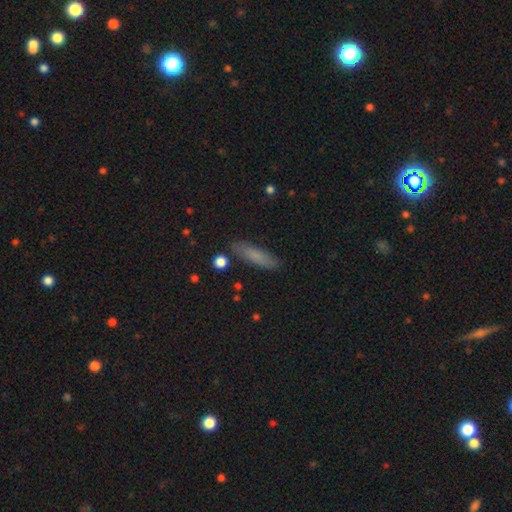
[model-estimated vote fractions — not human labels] smooth_or_featured: smooth (p=0.76) [alt: featured or disk p=0.15]
how_rounded: cigar-shaped (p=0.72) [alt: in between p=0.25]
merging: none (p=0.86) [alt: minor disturbance p=0.10]